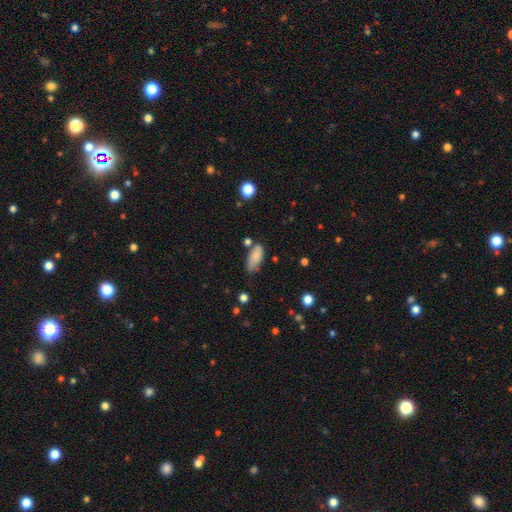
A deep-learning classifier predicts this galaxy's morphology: smooth 82%, featured or disk 10%, star or artifact 8%. Down the decision tree: how rounded — in between (83%); merging — none (57%).